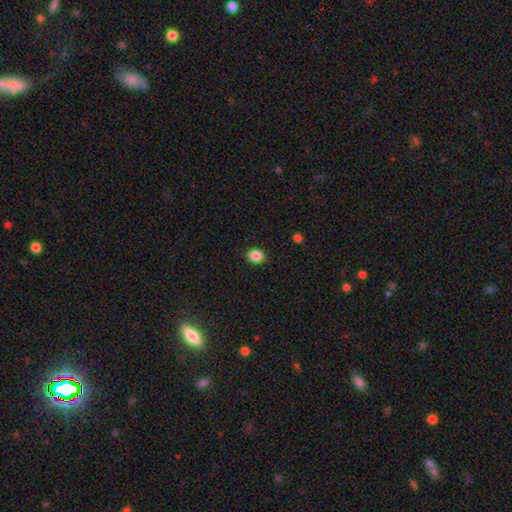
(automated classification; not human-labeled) Q: Smooth or featured?
A: smooth (87%); runner-up: star or artifact (10%)
Q: How rounded?
A: round (51%); runner-up: in between (48%)
Q: Merging?
A: none (91%); runner-up: minor disturbance (6%)